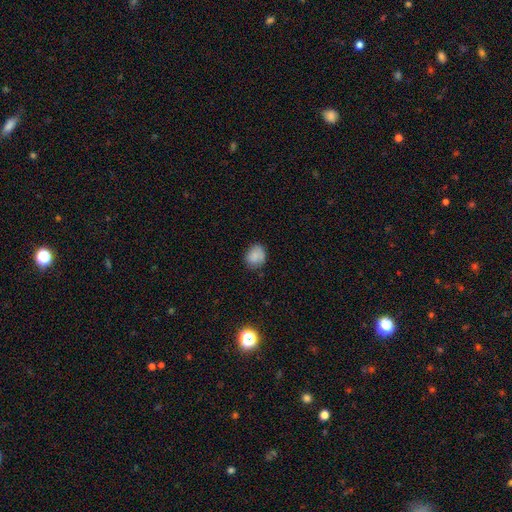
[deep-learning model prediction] Smooth or featured: smooth — 83% (star or artifact — 9%)
How rounded: round — 66% (in between — 34%)
Merging: none — 75% (minor disturbance — 19%)